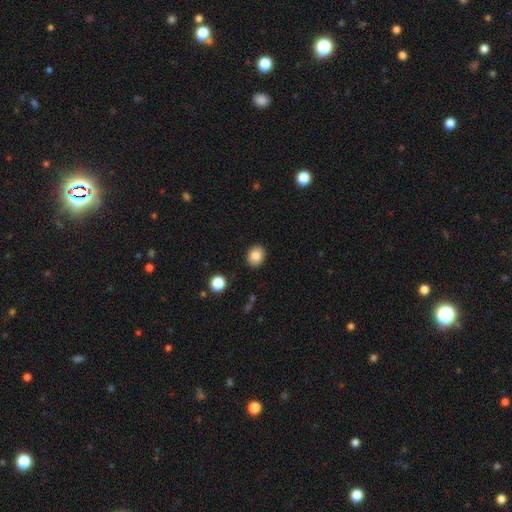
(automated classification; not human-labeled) Smooth or featured? Predicted: smooth (p=0.85). How rounded? Predicted: round (p=0.54). Merging? Predicted: none (p=0.89).